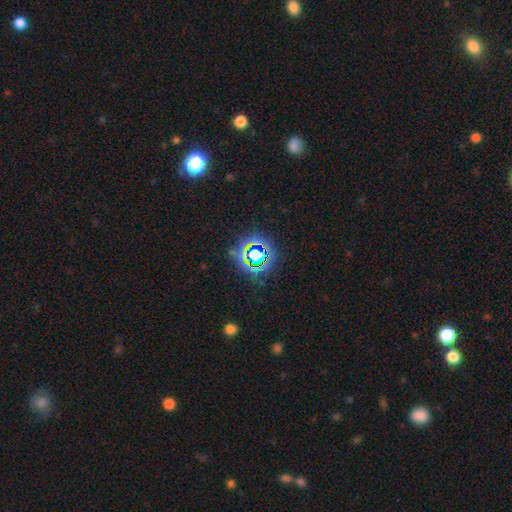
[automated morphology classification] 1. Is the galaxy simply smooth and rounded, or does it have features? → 74% star or artifact, 17% smooth, 9% featured or disk.